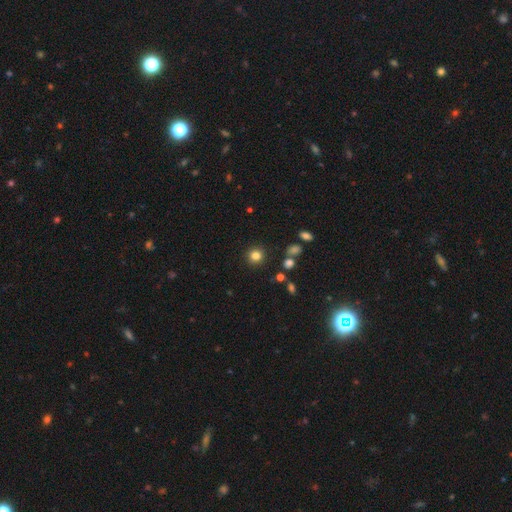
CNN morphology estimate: smooth-or-featured: smooth: 82% | star or artifact: 13% | featured or disk: 6%
  how-rounded: round: 90% | in between: 9% | cigar-shaped: 1%
  merging: none: 89% | minor disturbance: 6% | major disturbance: 3% | merger: 2%